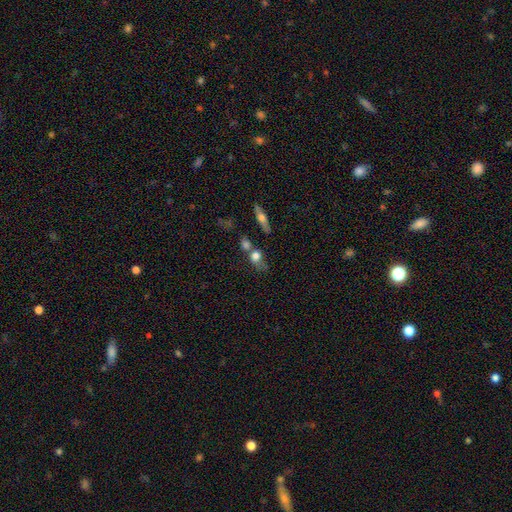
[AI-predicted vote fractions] smooth 70%, featured or disk 20%, star or artifact 10%. Down the decision tree: how rounded — in between (47%); merging — none (39%).